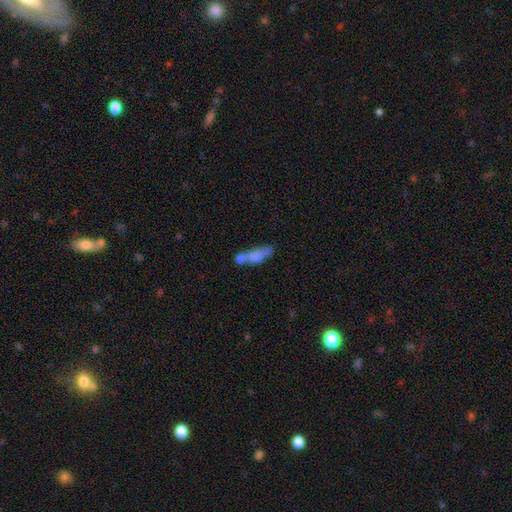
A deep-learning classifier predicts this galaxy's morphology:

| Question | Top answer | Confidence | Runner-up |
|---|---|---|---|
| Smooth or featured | smooth | 66% | featured or disk (25%) |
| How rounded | in between | 55% | cigar-shaped (40%) |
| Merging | merger | 48% | none (27%) |